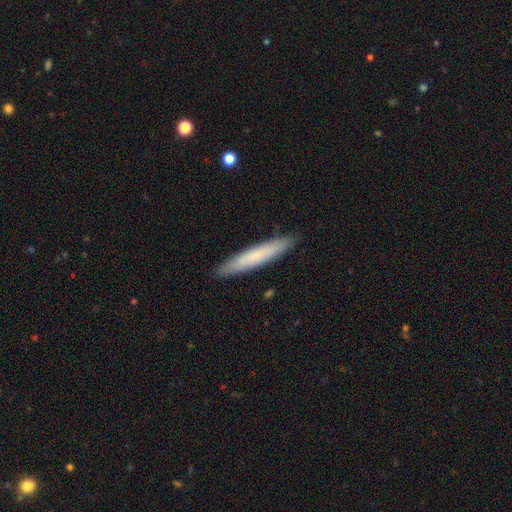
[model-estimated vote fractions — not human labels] The model was most divided on "smooth or featured": smooth: 71%, featured or disk: 24%, star or artifact: 6%. More confident: how rounded — cigar-shaped (93%); merging — none (91%).